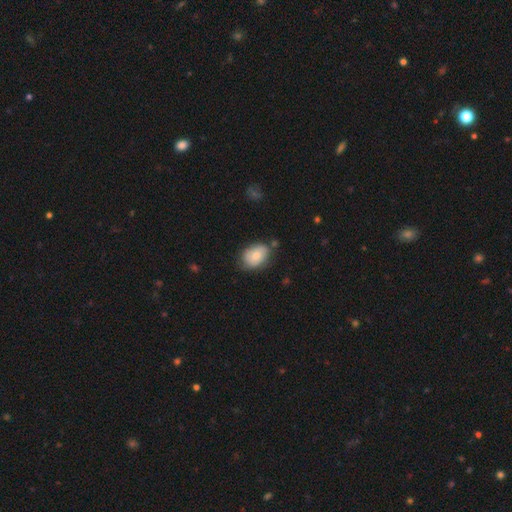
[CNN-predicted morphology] The model was most divided on "merging": none: 64%, minor disturbance: 26%, major disturbance: 6%, merger: 4%. More confident: how rounded — in between (78%); smooth or featured — smooth (75%).